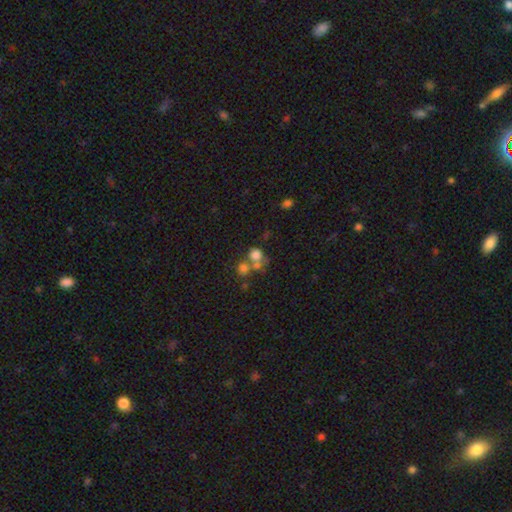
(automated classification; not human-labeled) Smooth or featured? smooth (69%)
How rounded? round (82%)
Merging? merger (46%)